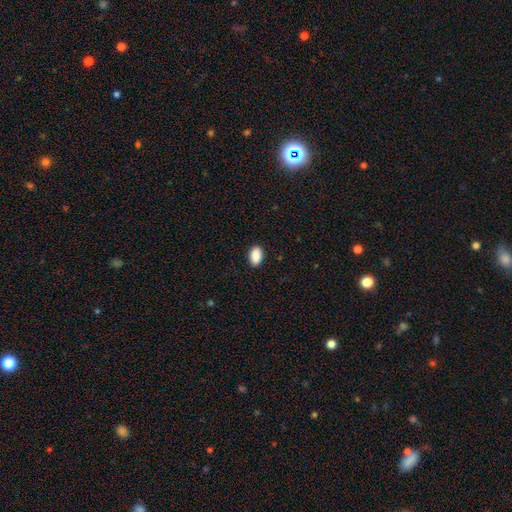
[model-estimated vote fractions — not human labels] Smooth or featured? Predicted: smooth (p=0.90). How rounded? Predicted: in between (p=0.91). Merging? Predicted: none (p=0.89).